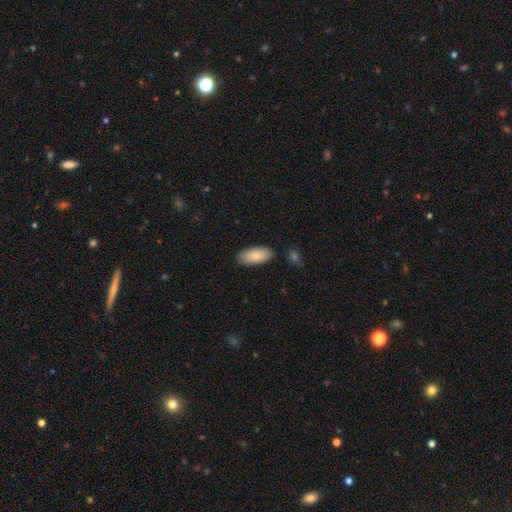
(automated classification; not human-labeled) Overall: smooth (84%). How rounded: in between (90%). Merging: none (85%).